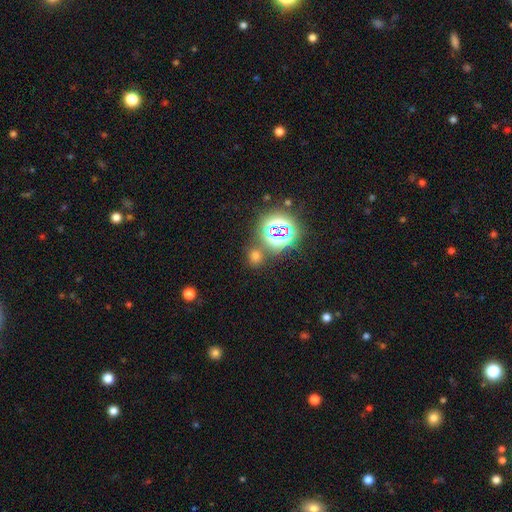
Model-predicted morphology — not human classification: This appears to be a smooth galaxy with no disk features (53%) that is round (76%). Merging: none (74%).